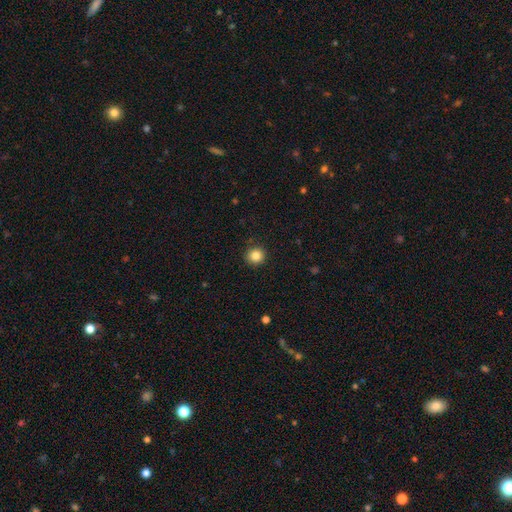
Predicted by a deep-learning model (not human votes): The model was most divided on "smooth or featured": smooth: 84%, star or artifact: 11%, featured or disk: 5%. More confident: how rounded — round (94%); merging — none (92%).